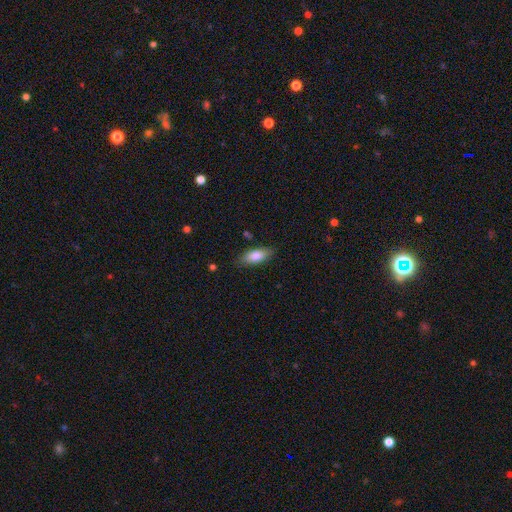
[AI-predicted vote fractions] A smooth galaxy with no disk features (83%) that is in between round and cigar-shaped (80%). Merging: none (82%).